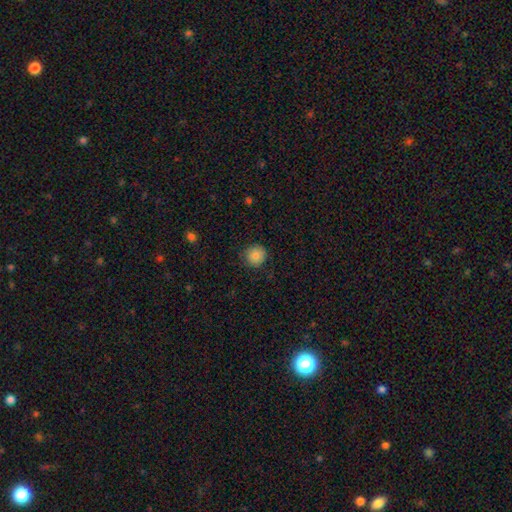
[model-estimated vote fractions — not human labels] smooth-or-featured: smooth: 84% | star or artifact: 10% | featured or disk: 7%
  how-rounded: round: 91% | in between: 8% | cigar-shaped: 1%
  merging: none: 86% | minor disturbance: 10% | major disturbance: 2% | merger: 1%